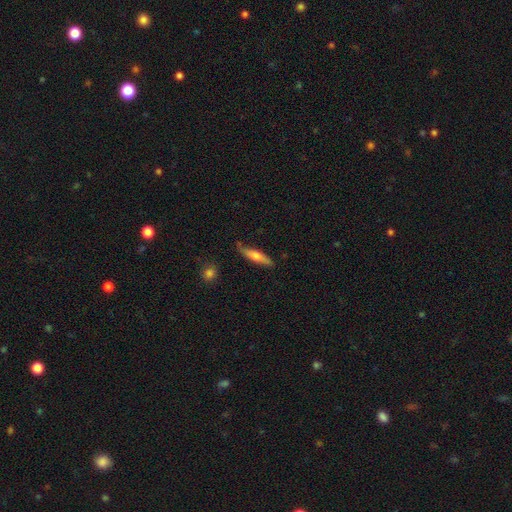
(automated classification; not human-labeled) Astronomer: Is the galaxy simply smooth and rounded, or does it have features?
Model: smooth — 55% (runner-up: featured or disk, 39%).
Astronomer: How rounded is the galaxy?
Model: cigar-shaped — 78%.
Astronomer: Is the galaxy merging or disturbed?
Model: none — 73%.